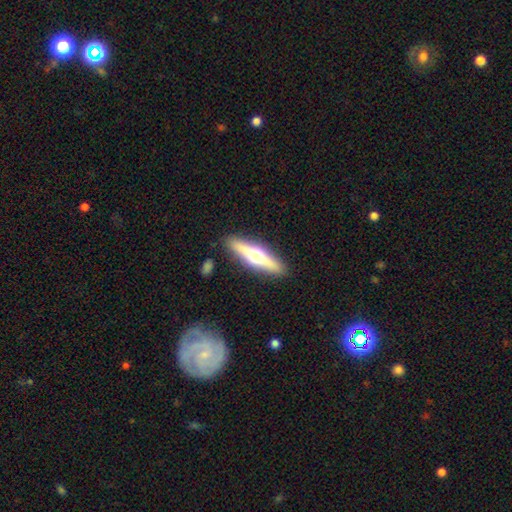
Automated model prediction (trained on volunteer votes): A featured or disk galaxy (61%) viewed edge-on (94%) with a rounded central bulge (95%). Merging: none (88%).